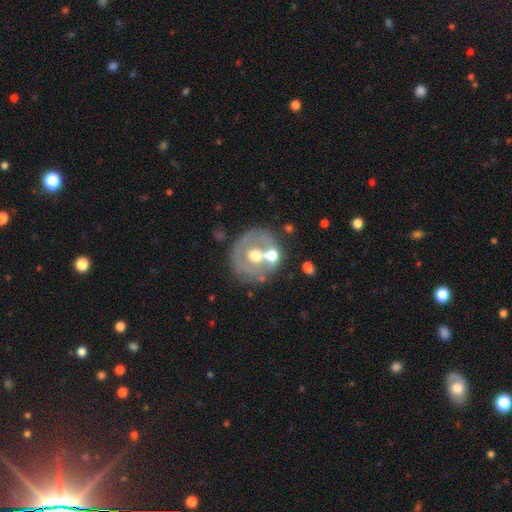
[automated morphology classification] smooth_or_featured: featured or disk (p=0.56) [alt: smooth p=0.35]
disk_edge_on: no (p=0.96) [alt: yes p=0.04]
bar: no (p=0.86) [alt: weak p=0.10]
has_spiral_arms: no (p=0.88) [alt: yes p=0.12]
bulge_size: moderate (p=0.72) [alt: large p=0.14]
merging: none (p=0.53) [alt: merger p=0.22]